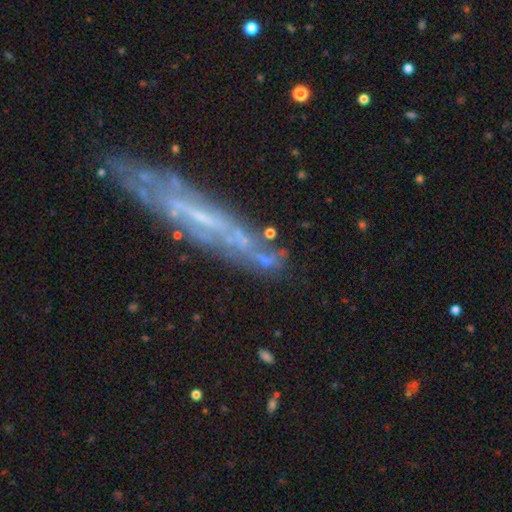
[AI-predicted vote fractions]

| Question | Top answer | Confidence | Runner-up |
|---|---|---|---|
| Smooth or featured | featured or disk | 74% | smooth (17%) |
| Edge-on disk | yes | 56% | no (44%) |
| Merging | none | 67% | minor disturbance (20%) |